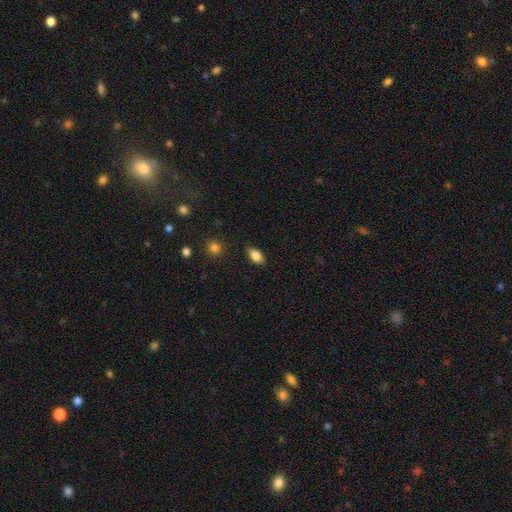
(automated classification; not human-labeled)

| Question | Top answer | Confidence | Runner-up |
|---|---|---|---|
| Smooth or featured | smooth | 84% | featured or disk (8%) |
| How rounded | in between | 89% | cigar-shaped (6%) |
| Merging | none | 86% | minor disturbance (11%) |